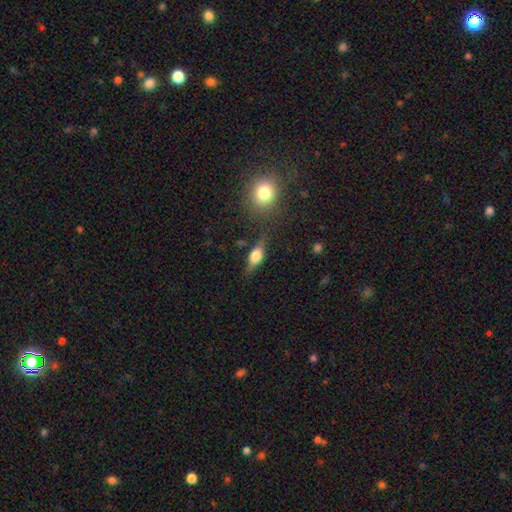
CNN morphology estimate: smooth-or-featured: smooth: 56% | featured or disk: 35% | star or artifact: 9%
  how-rounded: in between: 66% | cigar-shaped: 25% | round: 9%
  merging: none: 72% | minor disturbance: 18% | major disturbance: 6% | merger: 4%